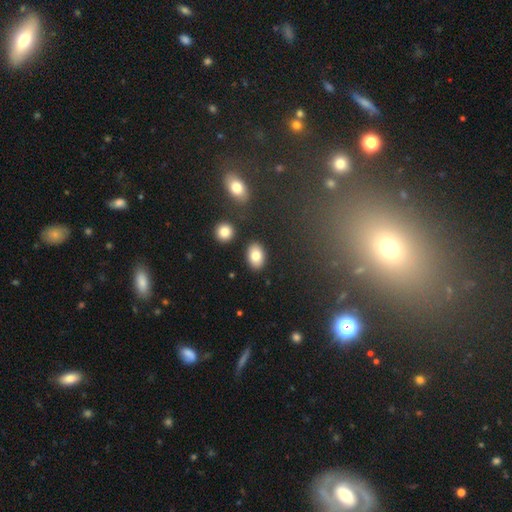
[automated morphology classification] smooth 81%, featured or disk 11%, star or artifact 8%. Down the decision tree: how rounded — in between (86%); merging — none (87%).